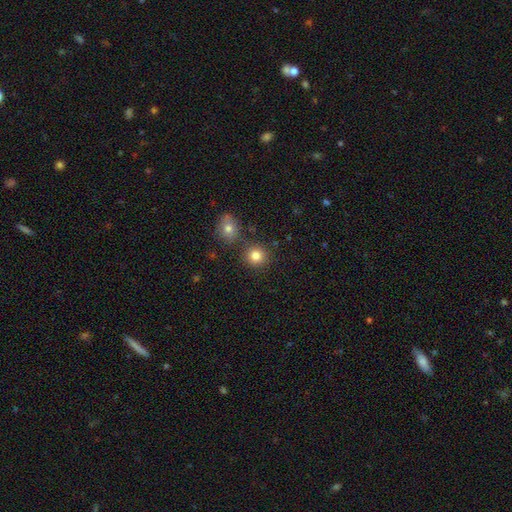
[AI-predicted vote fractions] A smooth galaxy with no disk features (83%) that is round (89%). Merging: none (81%).